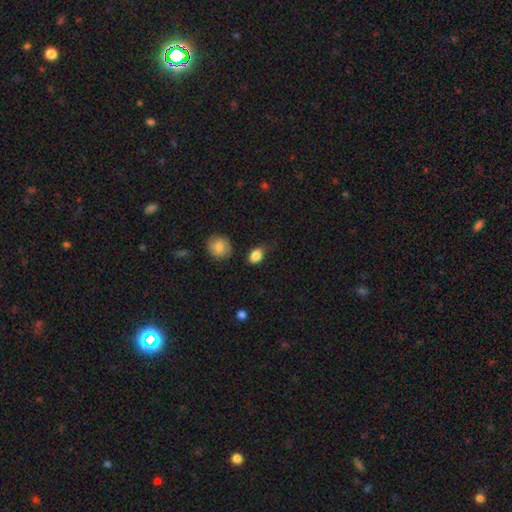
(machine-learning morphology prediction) This appears to be a smooth galaxy with no disk features (86%) that is in between round and cigar-shaped (65%). Merging: none (58%).